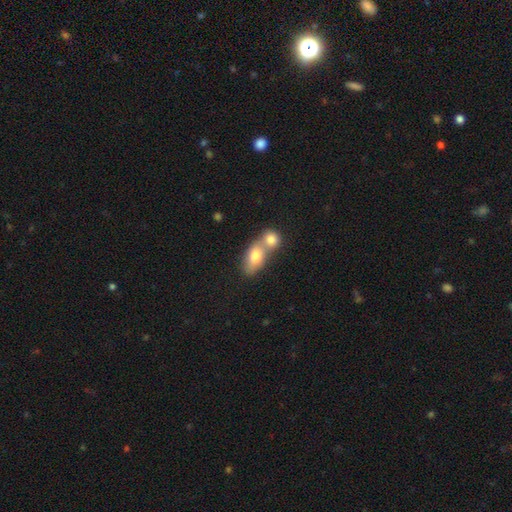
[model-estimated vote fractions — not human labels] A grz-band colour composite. It shows a smooth galaxy with no disk features (76%) that is in between round and cigar-shaped (77%). Merging: merger (65%).